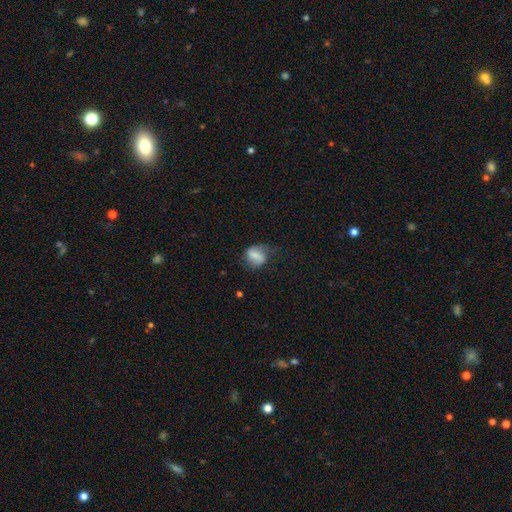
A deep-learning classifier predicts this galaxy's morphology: Smooth or featured? smooth (55%)
How rounded? in between (51%)
Merging? none (52%)